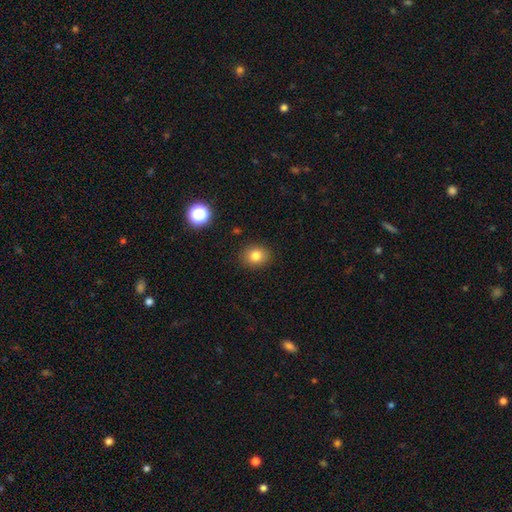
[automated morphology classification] smooth_or_featured: smooth (p=0.81) [alt: star or artifact p=0.12]
how_rounded: round (p=0.63) [alt: in between p=0.36]
merging: none (p=0.89) [alt: minor disturbance p=0.08]